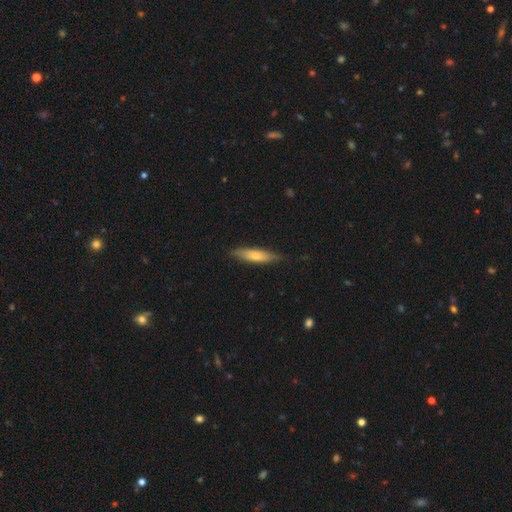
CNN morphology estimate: Q: Smooth or featured?
A: smooth (67%); runner-up: featured or disk (28%)
Q: How rounded?
A: cigar-shaped (75%); runner-up: in between (24%)
Q: Merging?
A: none (81%); runner-up: minor disturbance (16%)